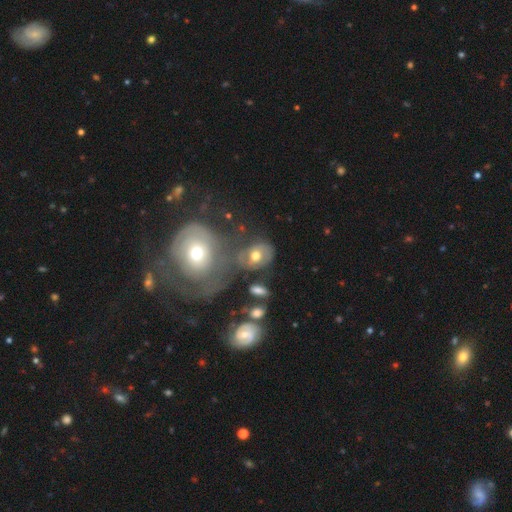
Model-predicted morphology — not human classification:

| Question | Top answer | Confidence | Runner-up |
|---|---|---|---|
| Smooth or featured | smooth | 46% | featured or disk (45%) |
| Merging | none | 48% | minor disturbance (20%) |